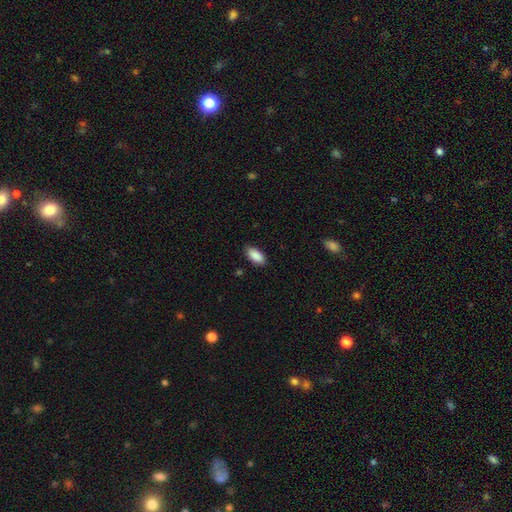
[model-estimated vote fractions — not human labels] A smooth galaxy with no disk features (90%) that is in between round and cigar-shaped (91%). Merging: none (84%).